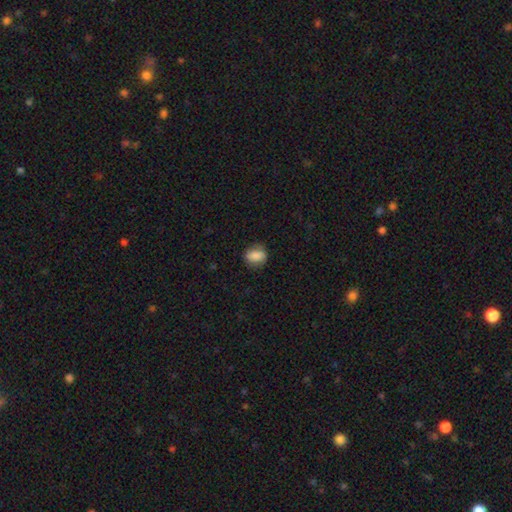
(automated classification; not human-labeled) Overall: smooth (80%). How rounded: in between (56%; round 42%). Merging: none (79%).